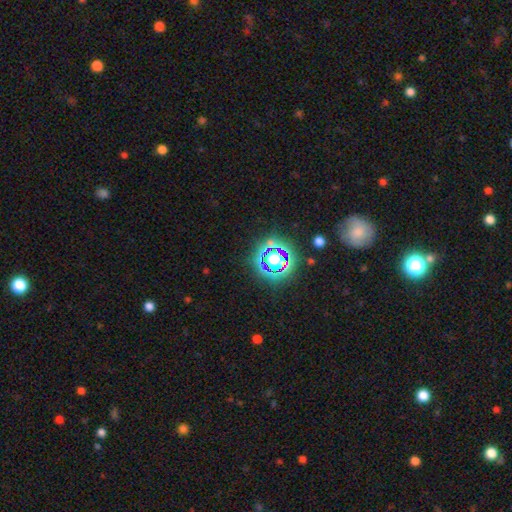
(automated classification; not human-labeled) smooth_or_featured: star or artifact (p=0.78) [alt: smooth p=0.14]